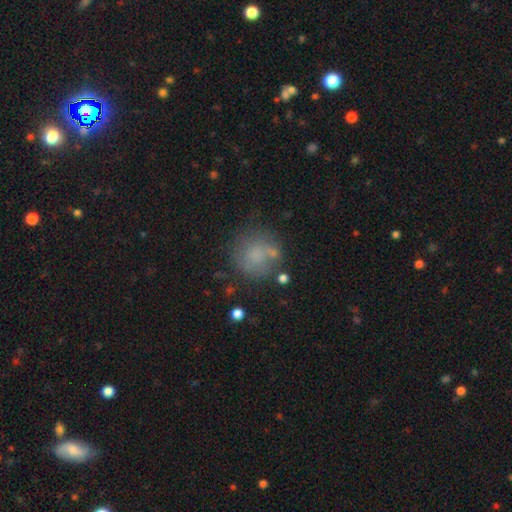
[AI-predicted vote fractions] Morphology: type=smooth (66%); roundness=round (86%); merging=none (61%).